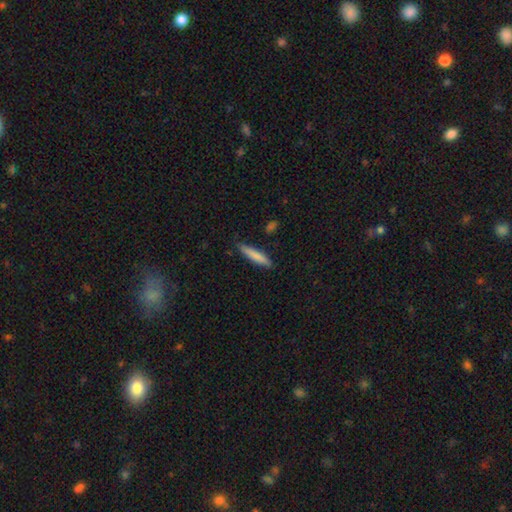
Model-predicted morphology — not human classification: smooth-or-featured: smooth: 80% | featured or disk: 14% | star or artifact: 6%
  how-rounded: cigar-shaped: 89% | in between: 9% | round: 1%
  merging: none: 84% | minor disturbance: 12% | major disturbance: 2% | merger: 2%